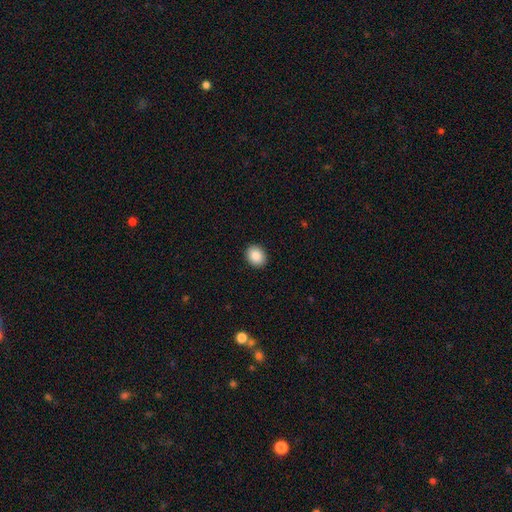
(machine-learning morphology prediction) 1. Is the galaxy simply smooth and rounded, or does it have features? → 88% smooth, 8% star or artifact, 4% featured or disk.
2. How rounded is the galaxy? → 54% round, 45% in between, 1% cigar-shaped.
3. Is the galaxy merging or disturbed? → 91% none, 6% minor disturbance, 2% major disturbance, 1% merger.